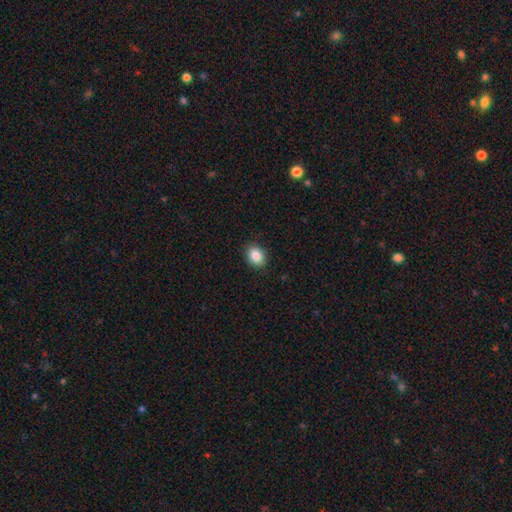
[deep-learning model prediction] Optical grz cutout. It shows a smooth galaxy with no disk features (86%) that is in between round and cigar-shaped (61%). Merging: none (89%).